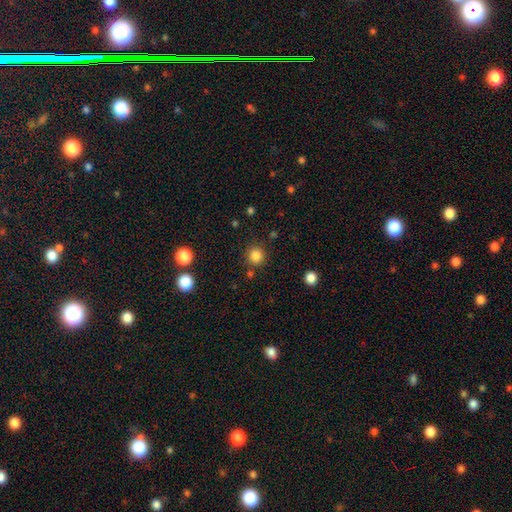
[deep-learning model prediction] smooth-or-featured: smooth: 84% | star or artifact: 12% | featured or disk: 4%
  how-rounded: round: 94% | in between: 5% | cigar-shaped: 1%
  merging: none: 86% | minor disturbance: 7% | merger: 4% | major disturbance: 3%